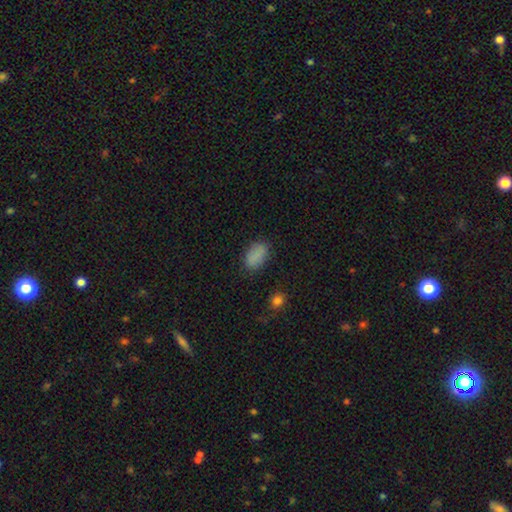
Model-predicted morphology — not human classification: The model was most divided on "merging": none: 81%, minor disturbance: 14%, major disturbance: 3%, merger: 2%. More confident: how rounded — in between (92%); smooth or featured — smooth (86%).